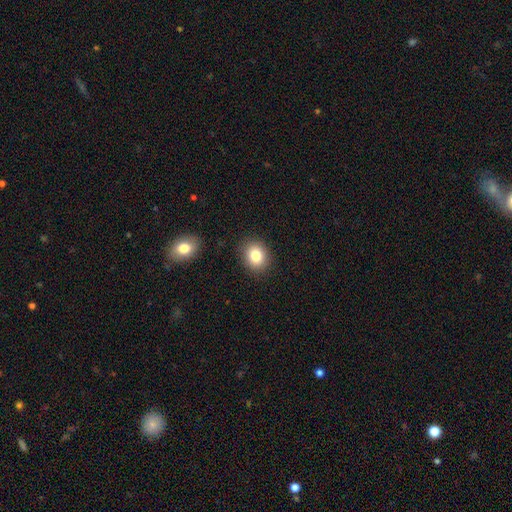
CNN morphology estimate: Smooth or featured?
  - smooth: 81% *
  - star or artifact: 11%
  - featured or disk: 8%
How rounded?
  - round: 65% *
  - in between: 35%
  - cigar-shaped: 1%
Merging?
  - none: 88% *
  - minor disturbance: 8%
  - major disturbance: 2%
  - merger: 2%